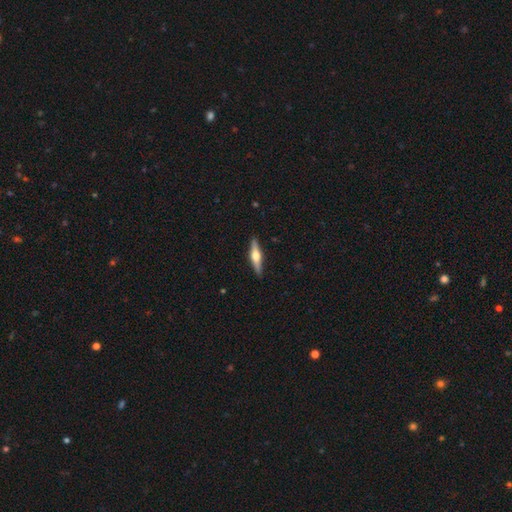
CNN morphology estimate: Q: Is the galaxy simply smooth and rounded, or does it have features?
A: featured or disk — 64%.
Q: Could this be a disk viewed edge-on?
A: yes — 97%.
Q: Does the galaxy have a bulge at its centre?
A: rounded — 93%.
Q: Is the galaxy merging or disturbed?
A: none — 90%.